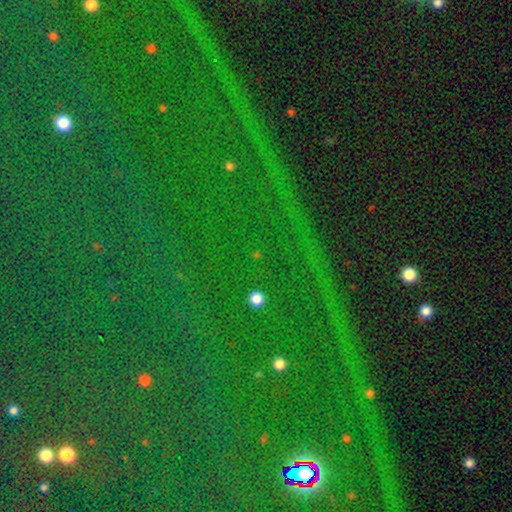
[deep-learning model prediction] This is clearly a star or artifact rather than a galaxy (84%).